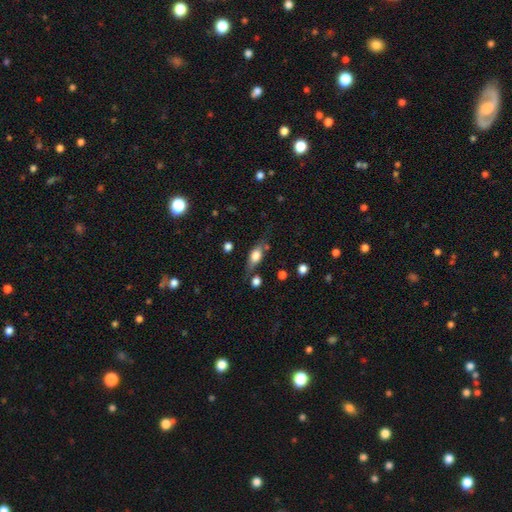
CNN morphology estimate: Smooth or featured? smooth (64%)
How rounded? in between (75%)
Merging? none (64%)